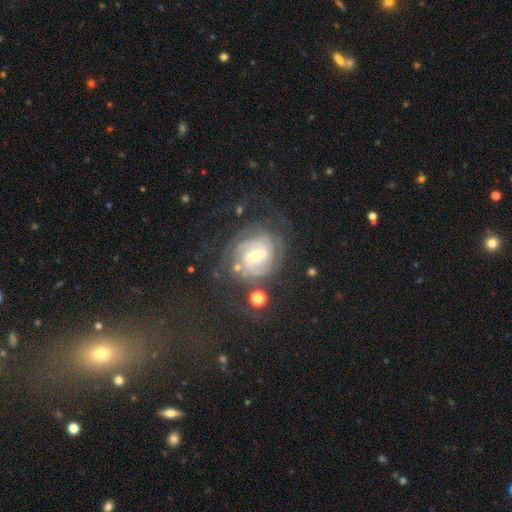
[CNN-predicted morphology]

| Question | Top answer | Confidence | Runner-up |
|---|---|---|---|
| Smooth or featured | featured or disk | 87% | smooth (6%) |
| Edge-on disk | no | 97% | yes (3%) |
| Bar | weak | 45% | no (38%) |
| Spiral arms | yes | 97% | no (3%) |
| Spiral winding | tight | 70% | medium (24%) |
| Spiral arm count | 2 | 35% | can't tell (26%) |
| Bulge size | moderate | 53% | small (42%) |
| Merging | none | 66% | minor disturbance (17%) |